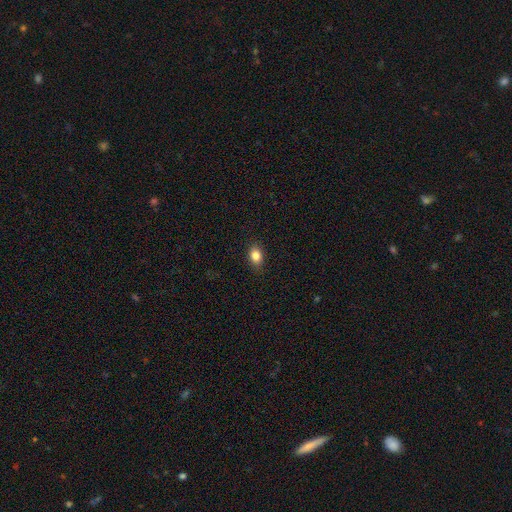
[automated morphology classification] A smooth galaxy with no disk features (84%) that is in between round and cigar-shaped (72%).

Vote fractions:
- Smooth or featured? smooth: 84% / star or artifact: 10% / featured or disk: 7%
- How rounded? in between: 72% / round: 26% / cigar-shaped: 2%
- Merging? none: 87% / minor disturbance: 10% / major disturbance: 2% / merger: 1%